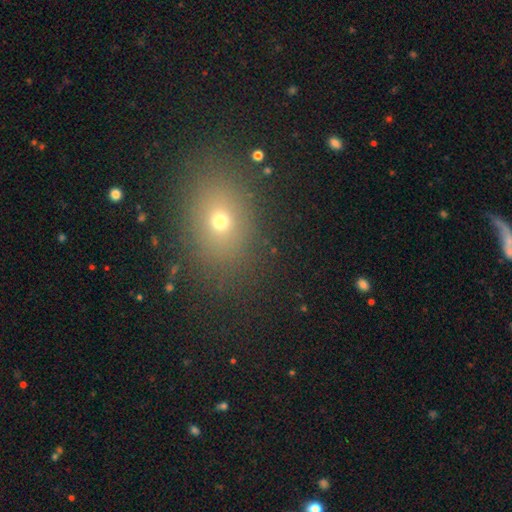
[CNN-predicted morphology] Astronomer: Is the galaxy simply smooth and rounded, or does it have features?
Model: smooth — 63%.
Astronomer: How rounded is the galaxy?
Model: in between — 62%.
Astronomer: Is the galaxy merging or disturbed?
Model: none — 86%.